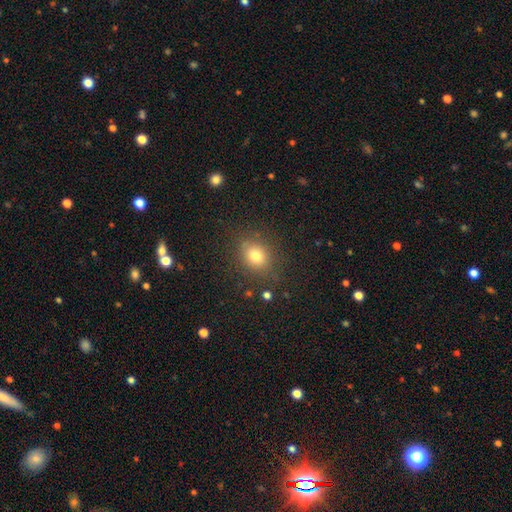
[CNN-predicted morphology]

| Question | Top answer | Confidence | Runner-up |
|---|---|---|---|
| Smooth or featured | smooth | 76% | star or artifact (14%) |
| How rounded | round | 57% | in between (42%) |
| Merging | none | 81% | minor disturbance (13%) |